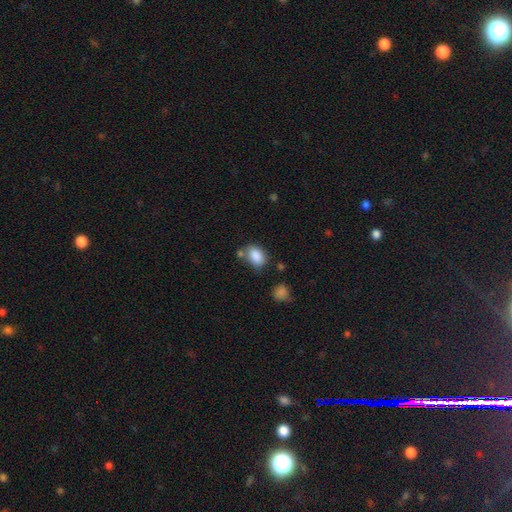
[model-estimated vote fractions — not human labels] Smooth or featured? smooth (86%)
How rounded? in between (81%)
Merging? none (62%)